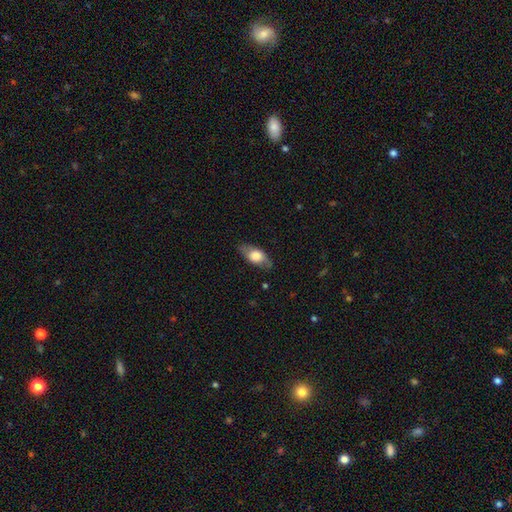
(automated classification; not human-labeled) Overall: smooth (61%; featured or disk 32%). How rounded: in between (82%). Merging: none (77%).